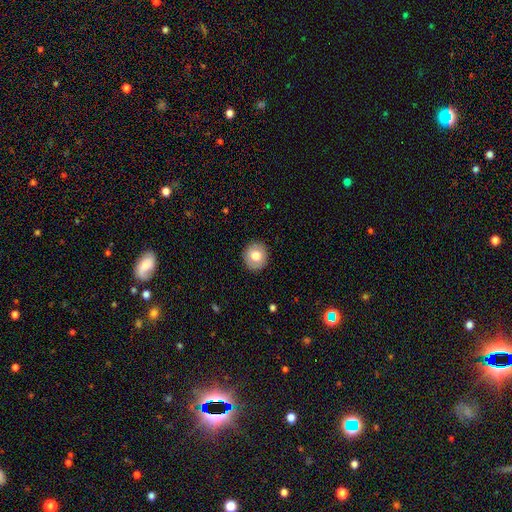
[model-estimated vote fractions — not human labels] Smooth or featured: smooth — 74% (featured or disk — 18%)
How rounded: round — 81% (in between — 18%)
Merging: none — 89% (minor disturbance — 8%)